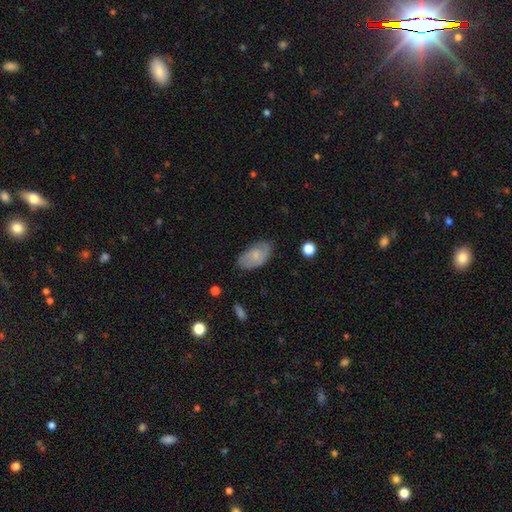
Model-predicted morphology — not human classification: Smooth or featured? smooth (65%)
How rounded? in between (93%)
Merging? none (73%)